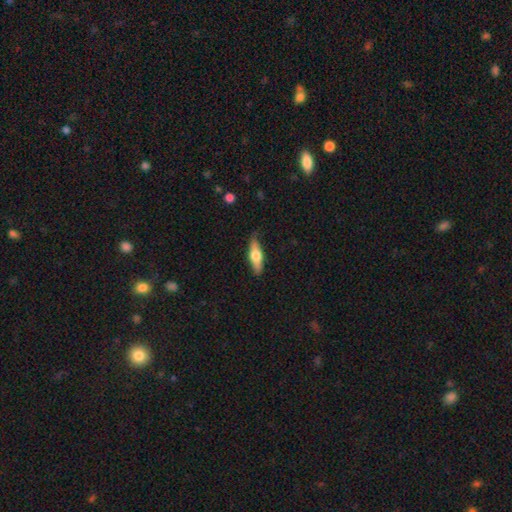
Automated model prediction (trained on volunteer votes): Smooth or featured? Predicted: smooth (p=0.53). How rounded? Predicted: cigar-shaped (p=0.54). Merging? Predicted: none (p=0.82).